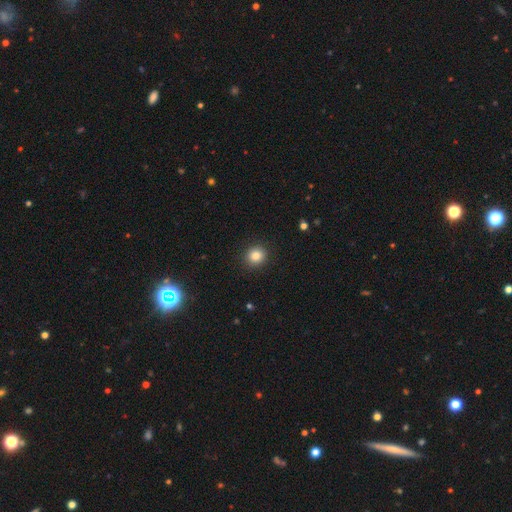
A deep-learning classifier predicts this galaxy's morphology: smooth_or_featured: smooth (p=0.84) [alt: star or artifact p=0.11]
how_rounded: round (p=0.86) [alt: in between p=0.13]
merging: none (p=0.91) [alt: minor disturbance p=0.06]